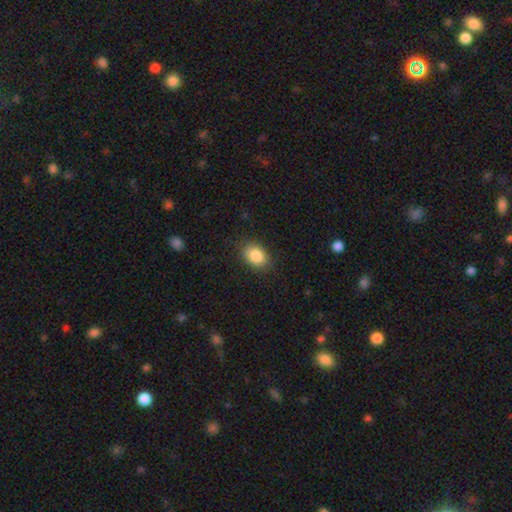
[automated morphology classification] This is clearly a smooth galaxy (87%). How rounded: likely in between (77%). Merging: clearly none (84%).